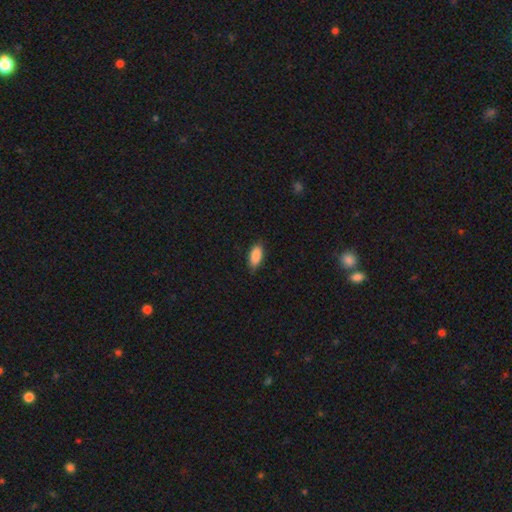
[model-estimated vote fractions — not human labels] Smooth or featured: smooth — 88% (star or artifact — 6%)
How rounded: in between — 89% (cigar-shaped — 9%)
Merging: none — 80% (minor disturbance — 17%)